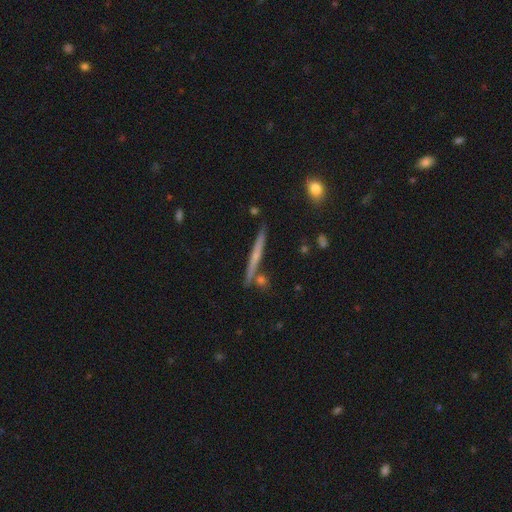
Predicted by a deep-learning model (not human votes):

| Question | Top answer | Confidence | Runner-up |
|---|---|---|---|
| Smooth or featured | featured or disk | 56% | smooth (38%) |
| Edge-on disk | yes | 97% | no (3%) |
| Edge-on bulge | none | 63% | rounded (31%) |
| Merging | none | 85% | minor disturbance (8%) |